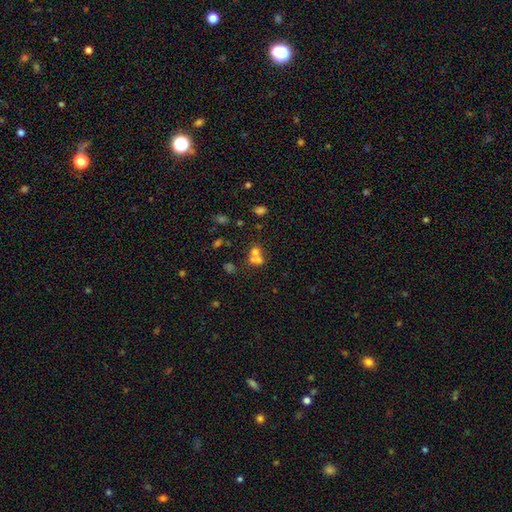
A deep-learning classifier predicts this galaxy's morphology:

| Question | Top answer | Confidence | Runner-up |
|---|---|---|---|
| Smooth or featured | smooth | 60% | featured or disk (22%) |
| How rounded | round | 69% | in between (29%) |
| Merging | merger | 61% | none (28%) |